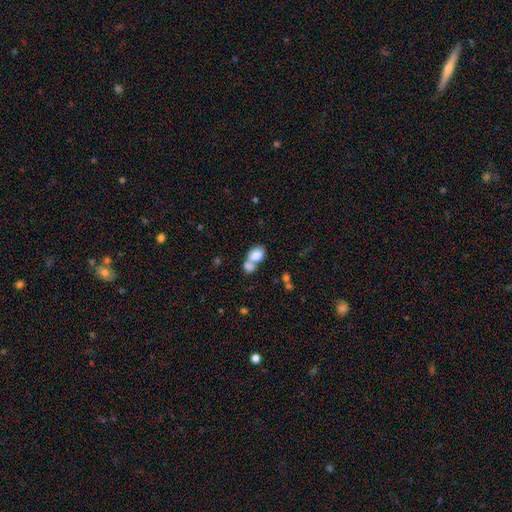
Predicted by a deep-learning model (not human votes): Smooth or featured: smooth — 80% (featured or disk — 12%)
How rounded: in between — 76% (round — 23%)
Merging: merger — 67% (none — 21%)